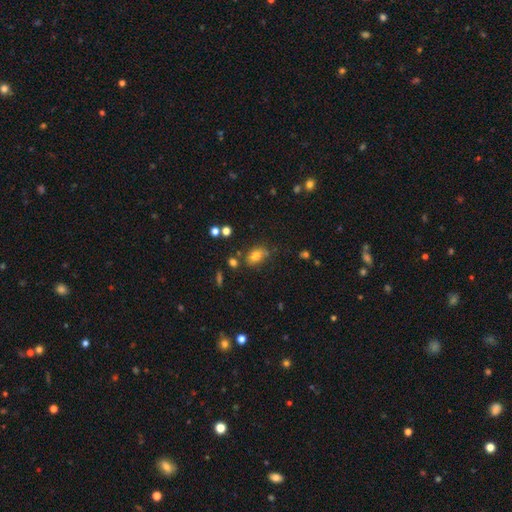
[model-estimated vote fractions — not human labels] Morphology: type=smooth (78%); roundness=in between (77%); merging=none (71%).